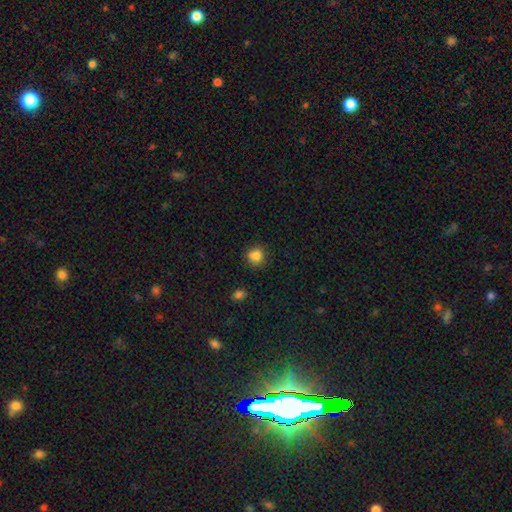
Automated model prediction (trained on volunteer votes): Smooth or featured? smooth (84%)
How rounded? round (80%)
Merging? none (75%)